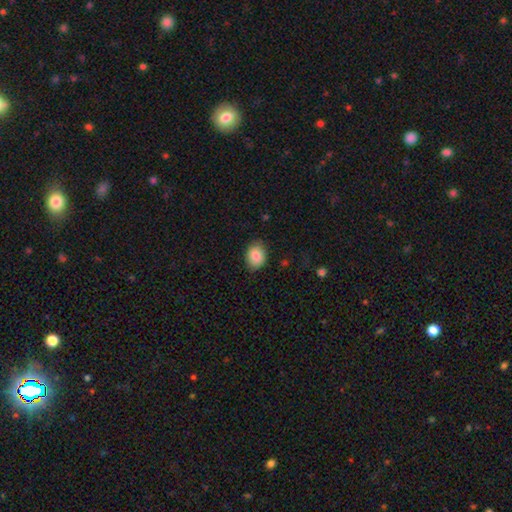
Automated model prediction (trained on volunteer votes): smooth_or_featured: smooth (p=0.87) [alt: star or artifact p=0.08]
how_rounded: in between (p=0.62) [alt: round p=0.37]
merging: none (p=0.83) [alt: minor disturbance p=0.13]